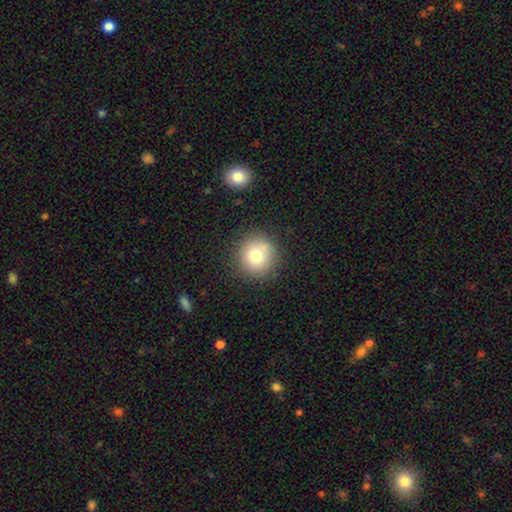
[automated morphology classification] Overall: smooth (75%). How rounded: round (93%). Merging: none (83%).